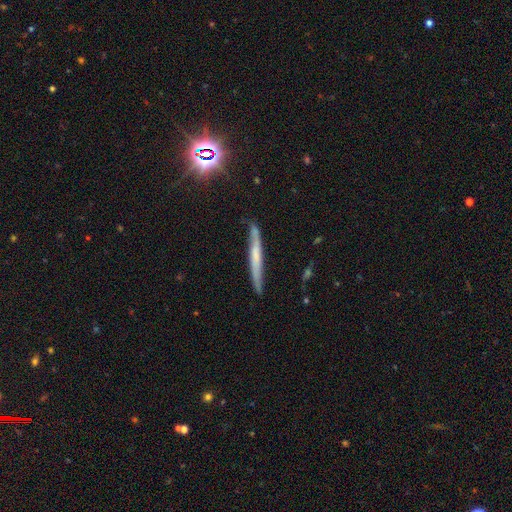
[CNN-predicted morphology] A featured or disk galaxy (51%) viewed edge-on (91%).

Vote fractions:
- Smooth or featured? featured or disk: 51% / smooth: 40% / star or artifact: 9%
- Edge-on disk? yes: 91% / no: 9%
- Merging? none: 79% / minor disturbance: 16% / major disturbance: 3% / merger: 2%